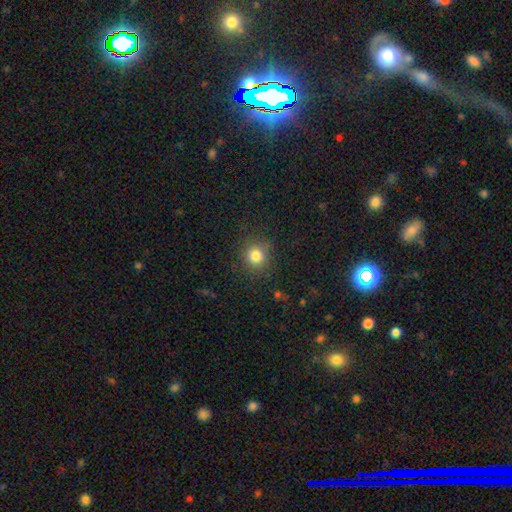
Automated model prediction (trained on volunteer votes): A smooth galaxy with no disk features (81%) that is round (89%). Merging: none (83%).